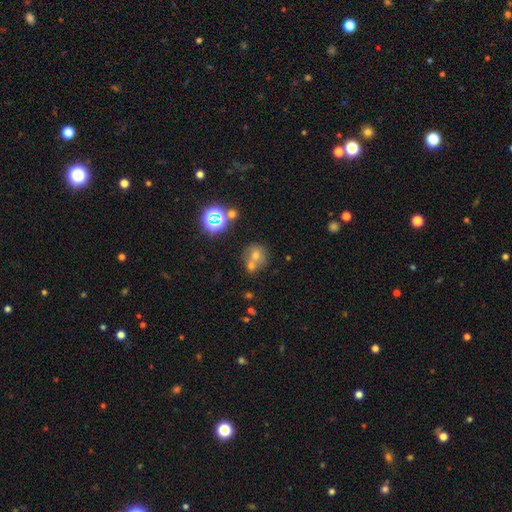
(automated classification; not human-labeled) smooth_or_featured: smooth (p=0.56) [alt: star or artifact p=0.25]
how_rounded: round (p=0.79) [alt: in between p=0.19]
merging: merger (p=0.47) [alt: none p=0.41]